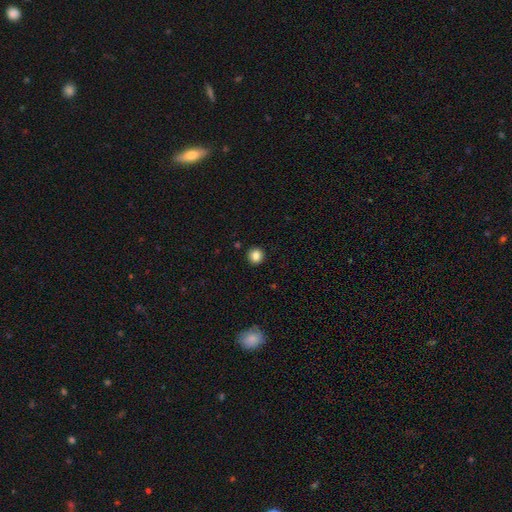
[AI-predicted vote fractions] Smooth or featured?
  - smooth: 85% *
  - star or artifact: 10%
  - featured or disk: 5%
How rounded?
  - round: 93% *
  - in between: 6%
  - cigar-shaped: 1%
Merging?
  - none: 93% *
  - minor disturbance: 5%
  - major disturbance: 2%
  - merger: 1%